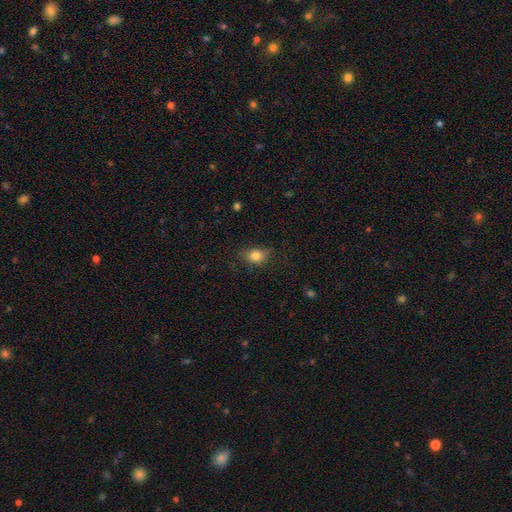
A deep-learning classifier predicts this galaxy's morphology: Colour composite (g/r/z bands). It shows a smooth galaxy with no disk features (82%) that is in between round and cigar-shaped (55%). Merging: none (70%).